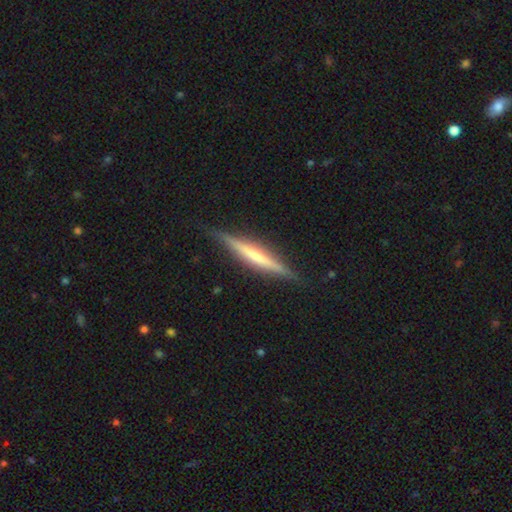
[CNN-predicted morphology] featured or disk 62%, smooth 32%, star or artifact 6%. Down the decision tree: edge-on disk — yes (97%); edge-on bulge — none (60%); merging — none (88%).